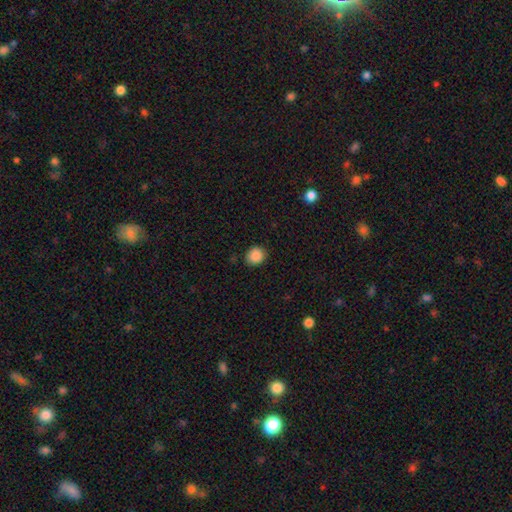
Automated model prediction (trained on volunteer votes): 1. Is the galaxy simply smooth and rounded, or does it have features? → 88% smooth, 10% star or artifact, 3% featured or disk.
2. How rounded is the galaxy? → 82% round, 17% in between, 1% cigar-shaped.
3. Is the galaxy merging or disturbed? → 86% none, 10% minor disturbance, 2% major disturbance, 1% merger.